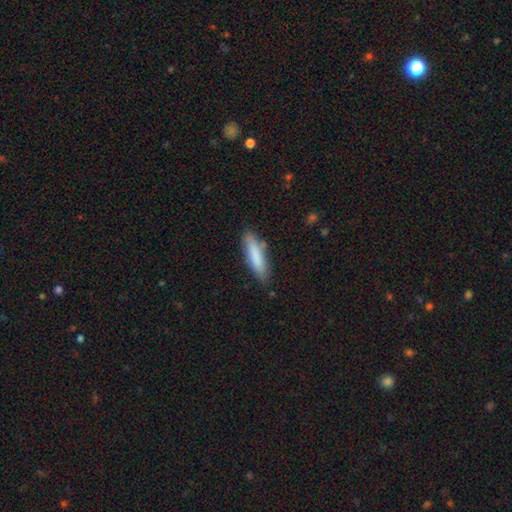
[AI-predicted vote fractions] Overall: smooth (82%). How rounded: cigar-shaped (72%). Merging: none (80%).